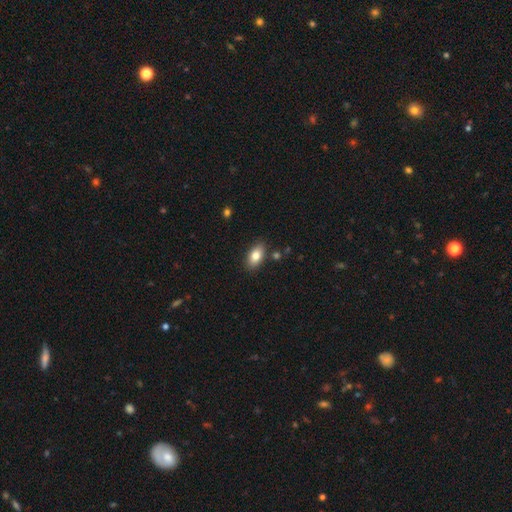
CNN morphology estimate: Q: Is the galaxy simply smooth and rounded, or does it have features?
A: smooth — 81%.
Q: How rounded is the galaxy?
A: in between — 91%.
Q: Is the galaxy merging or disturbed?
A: none — 84%.